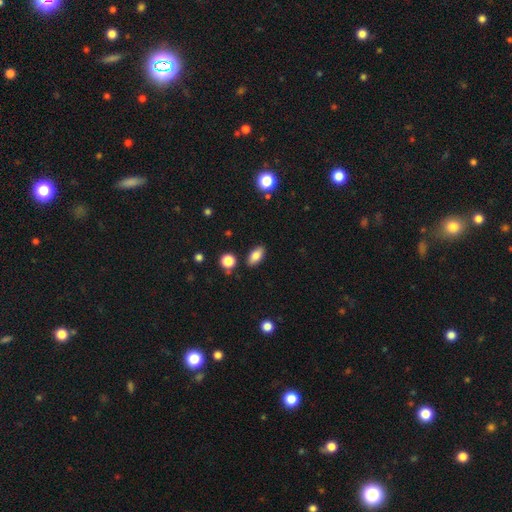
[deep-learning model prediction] Smooth or featured? Predicted: smooth (p=0.82). How rounded? Predicted: in between (p=0.87). Merging? Predicted: none (p=0.86).